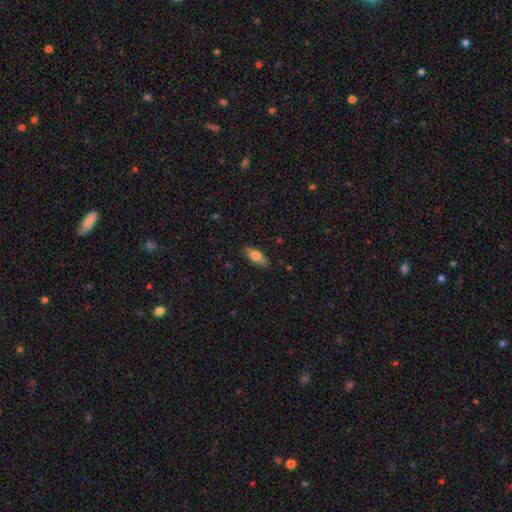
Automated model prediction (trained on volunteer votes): Morphology: type=smooth (75%); roundness=in between (82%); merging=none (81%).